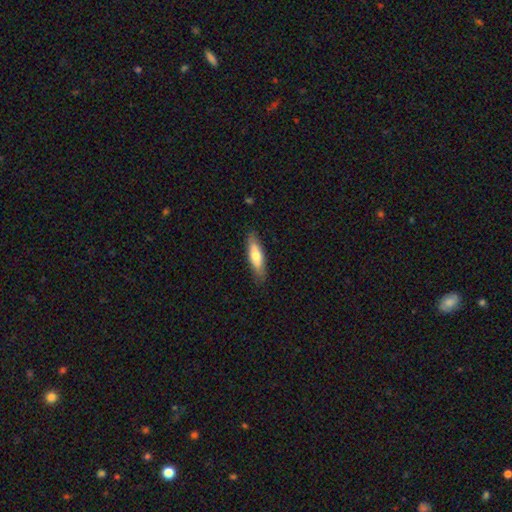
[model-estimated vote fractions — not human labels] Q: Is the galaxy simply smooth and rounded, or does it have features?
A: smooth — 65%.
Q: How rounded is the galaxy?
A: cigar-shaped — 57%.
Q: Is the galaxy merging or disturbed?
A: none — 83%.